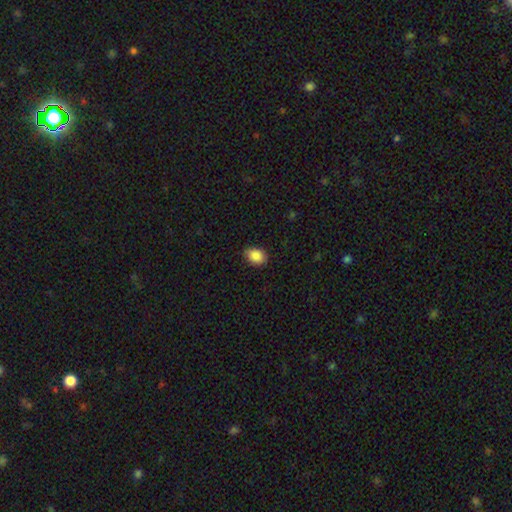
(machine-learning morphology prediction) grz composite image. It shows a smooth galaxy with no disk features (88%) that is in between round and cigar-shaped (70%). Merging: none (81%).